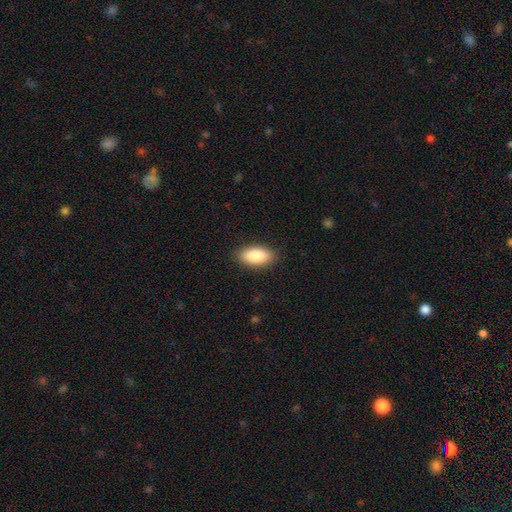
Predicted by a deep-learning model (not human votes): A smooth galaxy with no disk features (89%) that is in between round and cigar-shaped (91%).

Vote fractions:
- Smooth or featured? smooth: 89% / star or artifact: 6% / featured or disk: 5%
- How rounded? in between: 91% / cigar-shaped: 7% / round: 2%
- Merging? none: 88% / minor disturbance: 8% / major disturbance: 2% / merger: 1%